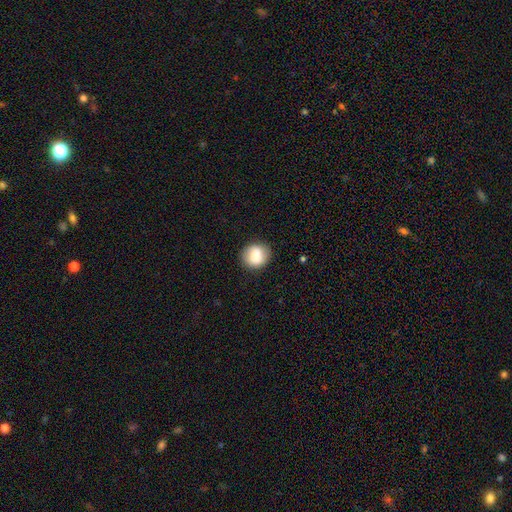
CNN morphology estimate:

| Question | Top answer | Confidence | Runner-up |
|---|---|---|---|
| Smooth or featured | smooth | 79% | featured or disk (13%) |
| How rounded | round | 78% | in between (21%) |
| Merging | none | 84% | minor disturbance (11%) |